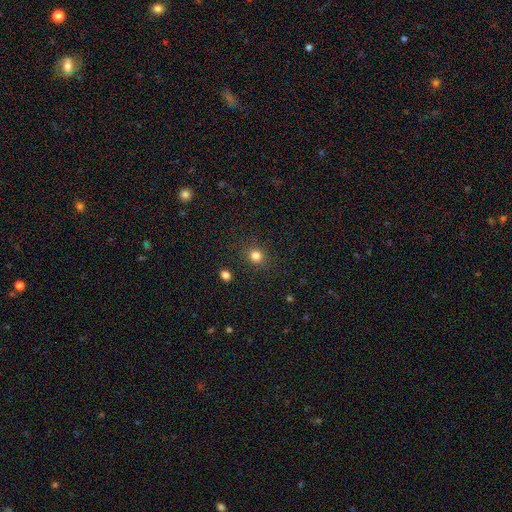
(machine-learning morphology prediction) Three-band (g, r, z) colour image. It shows a smooth galaxy with no disk features (82%) that is round (81%). Merging: none (87%).